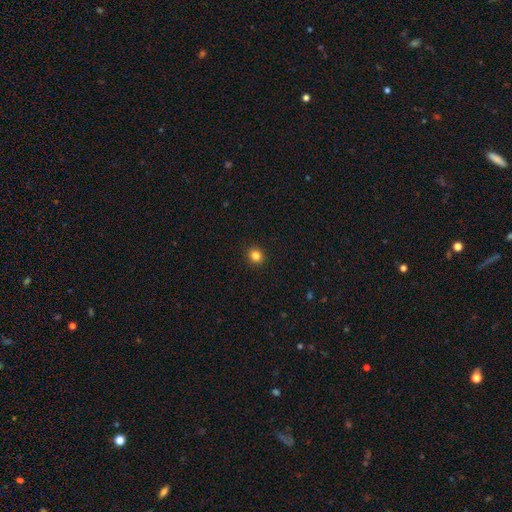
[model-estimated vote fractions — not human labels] Smooth or featured? Predicted: smooth (p=0.83). How rounded? Predicted: round (p=0.84). Merging? Predicted: none (p=0.92).